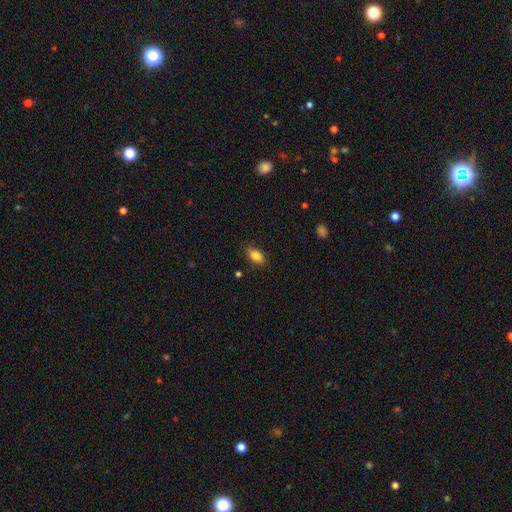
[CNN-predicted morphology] Smooth or featured: smooth — 82% (featured or disk — 10%)
How rounded: in between — 86% (round — 8%)
Merging: none — 84% (minor disturbance — 12%)